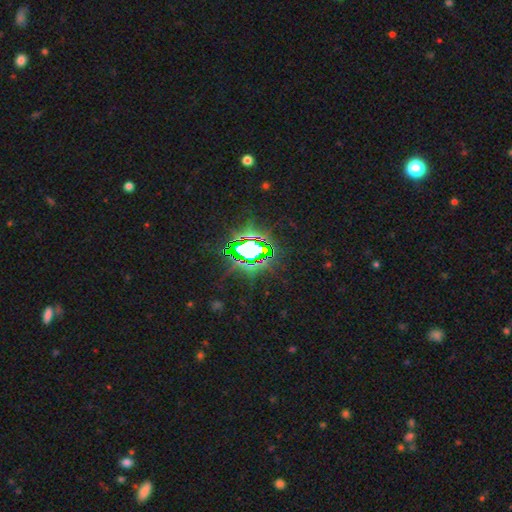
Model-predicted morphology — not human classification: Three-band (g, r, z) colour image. It shows a star or artifact, not a galaxy (83%).